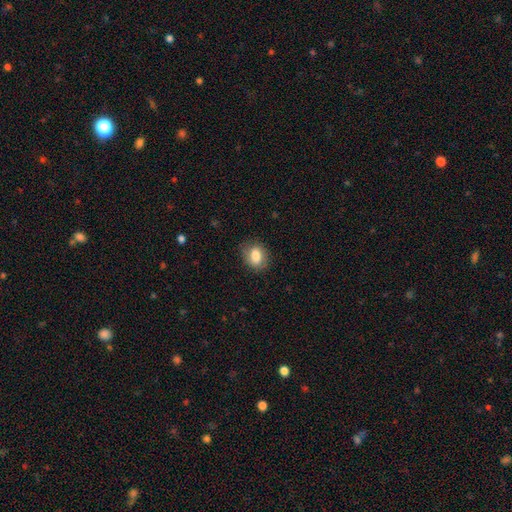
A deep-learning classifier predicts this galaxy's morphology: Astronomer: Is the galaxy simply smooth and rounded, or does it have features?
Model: smooth — 79%.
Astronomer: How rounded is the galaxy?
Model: in between — 70%.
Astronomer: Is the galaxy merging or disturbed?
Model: none — 78%.